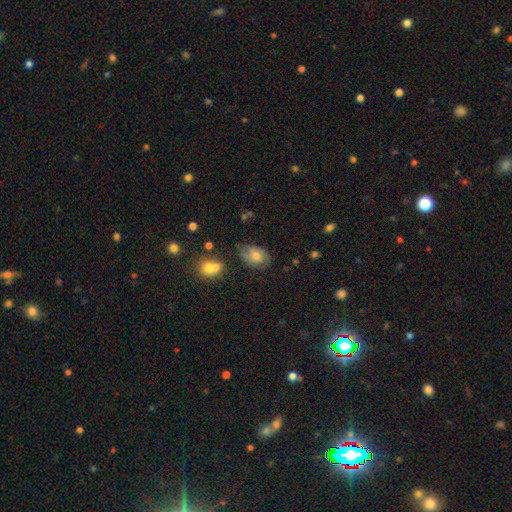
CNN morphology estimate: Smooth or featured?
  - smooth: 62% *
  - featured or disk: 28%
  - star or artifact: 10%
How rounded?
  - in between: 78% *
  - round: 21%
  - cigar-shaped: 1%
Merging?
  - none: 61% *
  - minor disturbance: 27%
  - major disturbance: 8%
  - merger: 5%